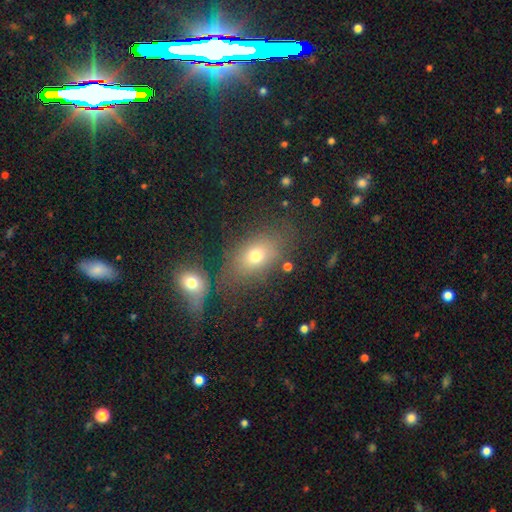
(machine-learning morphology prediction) A smooth galaxy with no disk features (67%) that is in between round and cigar-shaped (76%).

Vote fractions:
- Smooth or featured? smooth: 67% / featured or disk: 17% / star or artifact: 16%
- How rounded? in between: 76% / round: 21% / cigar-shaped: 2%
- Merging? none: 57% / merger: 21% / minor disturbance: 13% / major disturbance: 9%